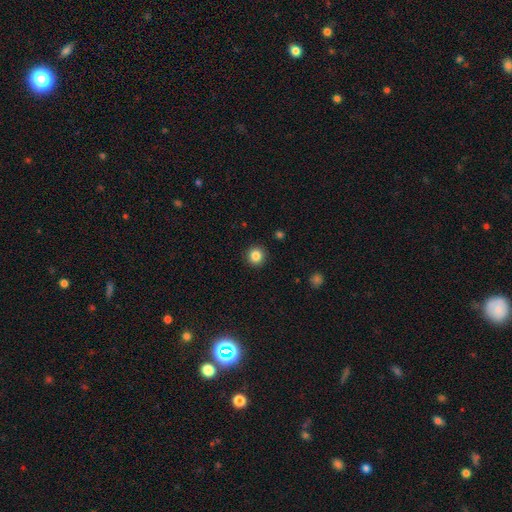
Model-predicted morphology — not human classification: A smooth galaxy with no disk features (85%) that is round (94%).

Vote fractions:
- Smooth or featured? smooth: 85% / star or artifact: 11% / featured or disk: 5%
- How rounded? round: 94% / in between: 5% / cigar-shaped: 1%
- Merging? none: 92% / minor disturbance: 5% / major disturbance: 2% / merger: 1%